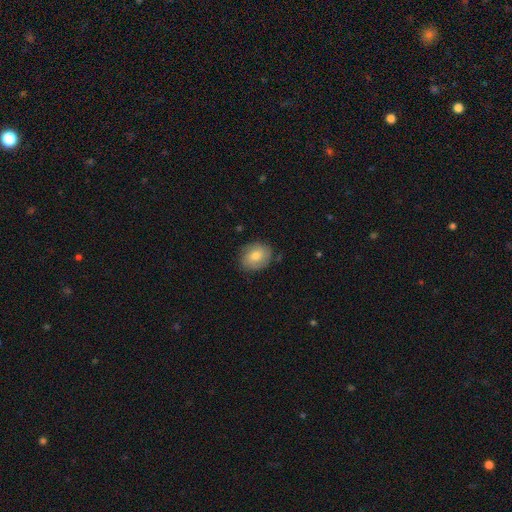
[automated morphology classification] Overall: smooth (66%). How rounded: round (51%; in between 48%). Merging: none (79%).